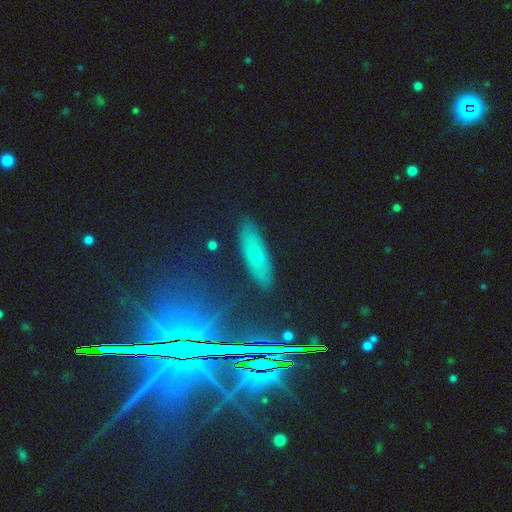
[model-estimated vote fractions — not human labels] This is marginally a smooth galaxy (37%). Merging: clearly none (85%).